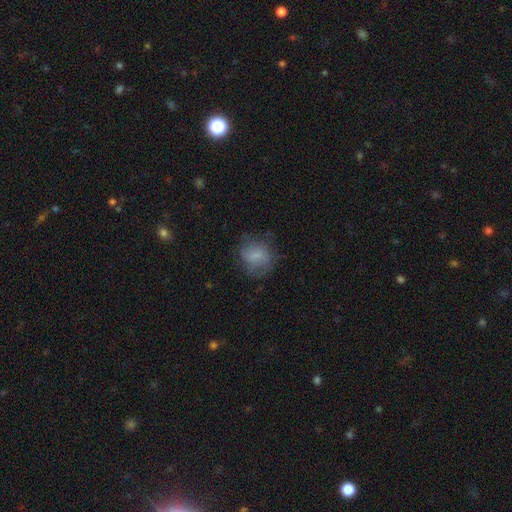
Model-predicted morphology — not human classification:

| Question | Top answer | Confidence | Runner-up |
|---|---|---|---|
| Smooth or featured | smooth | 72% | featured or disk (19%) |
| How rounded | round | 71% | in between (28%) |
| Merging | none | 65% | minor disturbance (22%) |